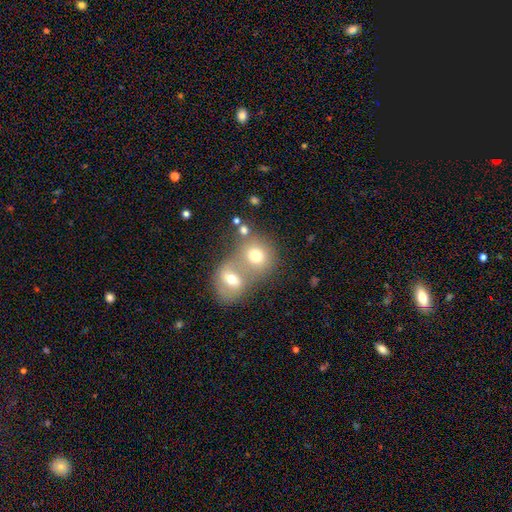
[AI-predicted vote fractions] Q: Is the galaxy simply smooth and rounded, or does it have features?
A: smooth — 70%.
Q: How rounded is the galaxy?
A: round — 74%.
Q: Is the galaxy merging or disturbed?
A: merger — 55%.